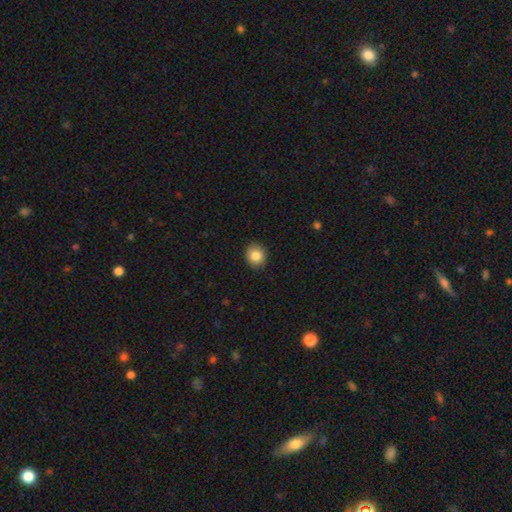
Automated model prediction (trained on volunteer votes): The model was most divided on "how rounded": round: 82%, in between: 17%, cigar-shaped: 1%. More confident: merging — none (91%); smooth or featured — smooth (85%).